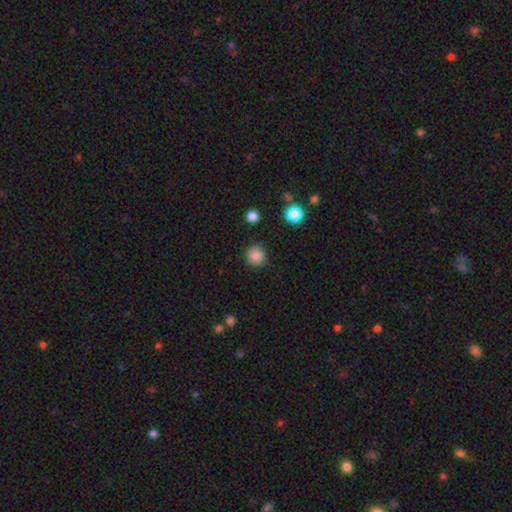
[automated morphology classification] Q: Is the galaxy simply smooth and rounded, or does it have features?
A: smooth — 86%.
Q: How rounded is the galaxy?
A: round — 92%.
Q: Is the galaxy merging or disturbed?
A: none — 88%.